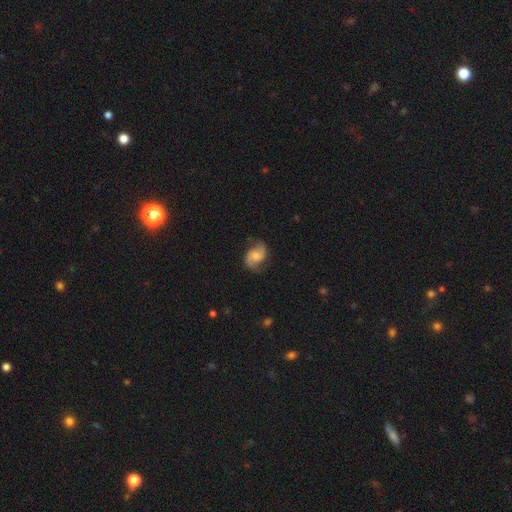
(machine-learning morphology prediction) Smooth or featured?
  - featured or disk: 75% *
  - smooth: 18%
  - star or artifact: 7%
Edge-on disk?
  - no: 98% *
  - yes: 2%
Bar?
  - no: 54% *
  - weak: 38%
  - strong: 8%
Spiral arms?
  - yes: 95% *
  - no: 5%
Spiral winding?
  - medium: 43% * (tied)
  - loose: 43% * (tied)
  - tight: 14%
Spiral arm count?
  - 2: 91% *
  - can't tell: 4%
  - 1: 2%
  - 3: 1%
  - 4: 1%
  - more than 4: 1%
Bulge size?
  - moderate: 44% *
  - small: 41%
  - none: 9%
  - large: 4%
  - dominant: 1%
Merging?
  - none: 76% *
  - minor disturbance: 17%
  - major disturbance: 6%
  - merger: 1%